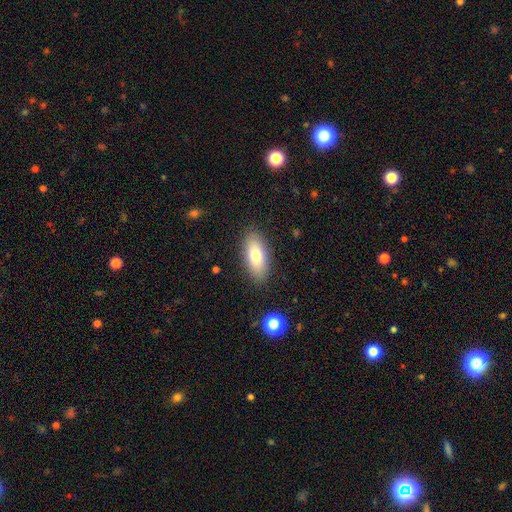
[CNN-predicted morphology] Smooth or featured? smooth (75%)
How rounded? in between (86%)
Merging? none (87%)